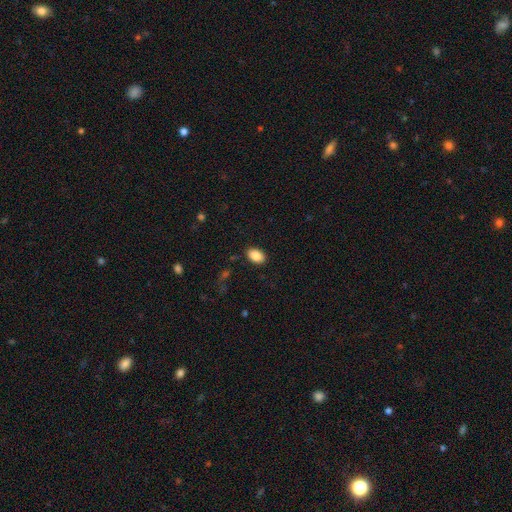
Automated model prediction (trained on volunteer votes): smooth-or-featured: smooth: 87% | star or artifact: 8% | featured or disk: 5%
  how-rounded: in between: 84% | round: 15% | cigar-shaped: 1%
  merging: none: 88% | minor disturbance: 8% | major disturbance: 2% | merger: 1%